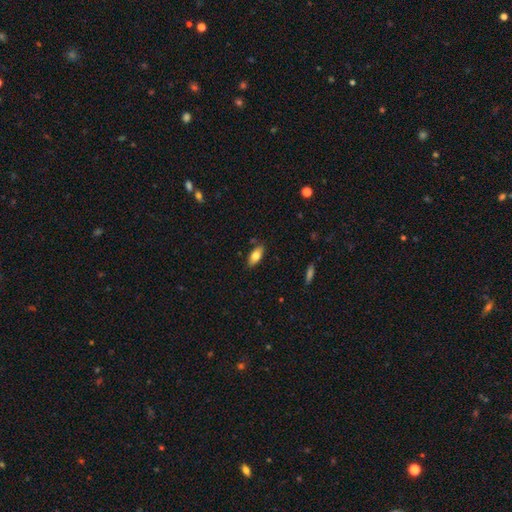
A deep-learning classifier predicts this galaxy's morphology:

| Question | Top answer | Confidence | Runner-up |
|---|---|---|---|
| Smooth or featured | smooth | 76% | featured or disk (17%) |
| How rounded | in between | 84% | cigar-shaped (13%) |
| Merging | none | 84% | minor disturbance (12%) |